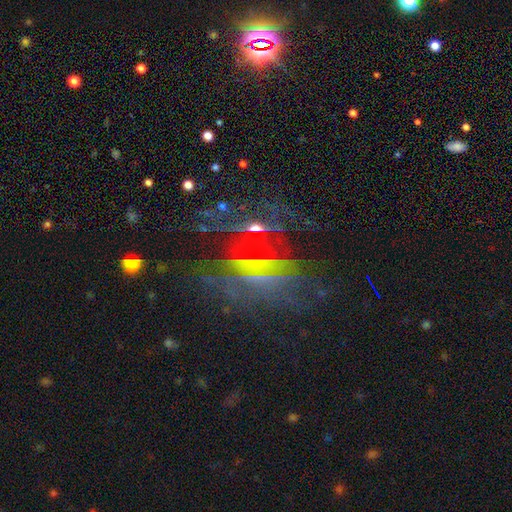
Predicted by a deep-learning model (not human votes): Smooth or featured: star or artifact — 53% (featured or disk — 33%)